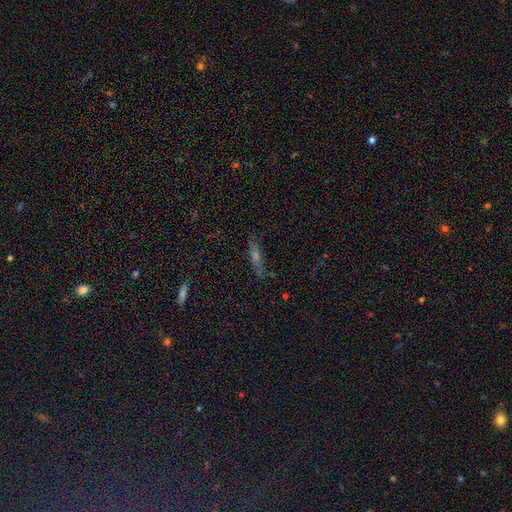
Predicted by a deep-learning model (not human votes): Smooth or featured: featured or disk — 45% (smooth — 36%)
Merging: none — 80% (minor disturbance — 14%)